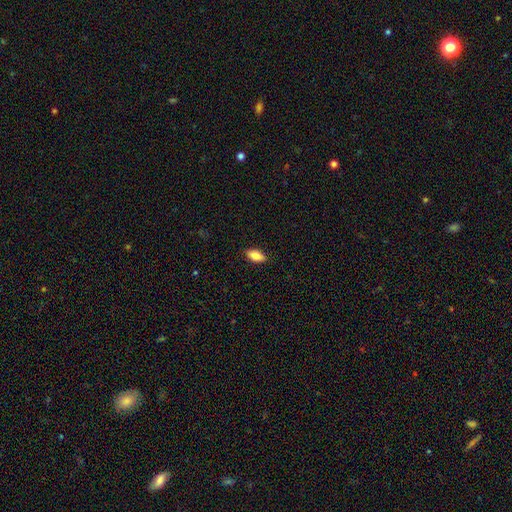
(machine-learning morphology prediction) This is likely a smooth galaxy (80%). How rounded: clearly in between (88%). Merging: clearly none (89%).